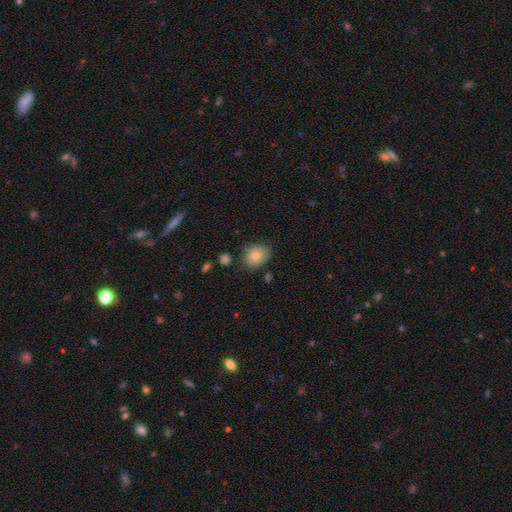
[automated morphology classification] Smooth or featured?
  - smooth: 82% *
  - featured or disk: 9%
  - star or artifact: 8%
How rounded?
  - in between: 52% *
  - round: 47%
  - cigar-shaped: 1%
Merging?
  - none: 75% *
  - minor disturbance: 18%
  - major disturbance: 4%
  - merger: 3%